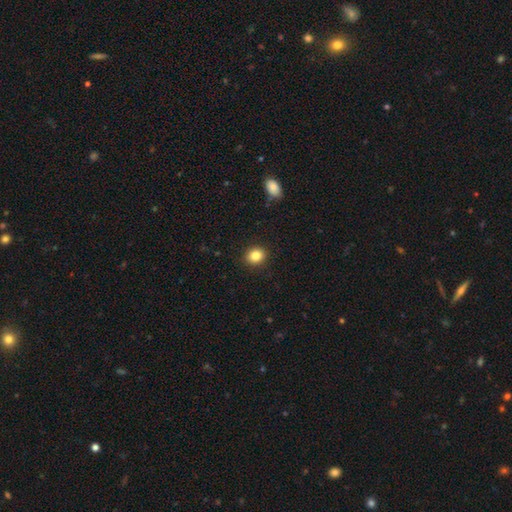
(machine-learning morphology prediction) smooth-or-featured: smooth: 84% | star or artifact: 10% | featured or disk: 6%
  how-rounded: round: 73% | in between: 26% | cigar-shaped: 1%
  merging: none: 91% | minor disturbance: 6% | major disturbance: 2% | merger: 1%